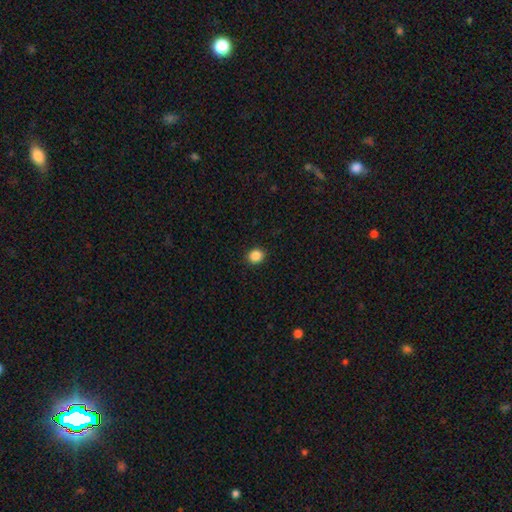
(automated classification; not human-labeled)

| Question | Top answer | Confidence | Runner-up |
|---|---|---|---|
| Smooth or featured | smooth | 87% | star or artifact (10%) |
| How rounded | round | 80% | in between (19%) |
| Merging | none | 92% | minor disturbance (6%) |